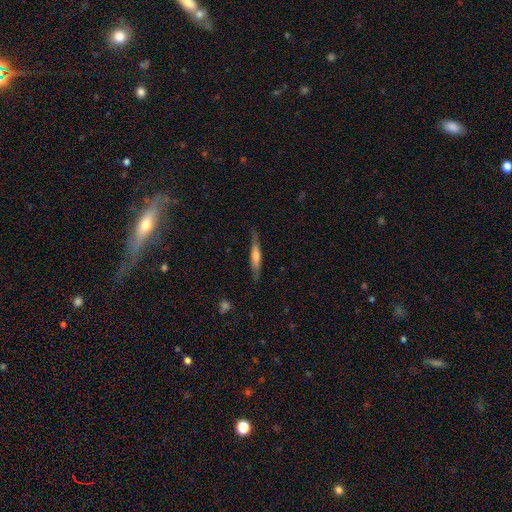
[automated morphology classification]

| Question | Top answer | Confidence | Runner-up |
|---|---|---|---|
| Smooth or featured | featured or disk | 47% | tied: smooth (47%) |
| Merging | none | 82% | minor disturbance (13%) |